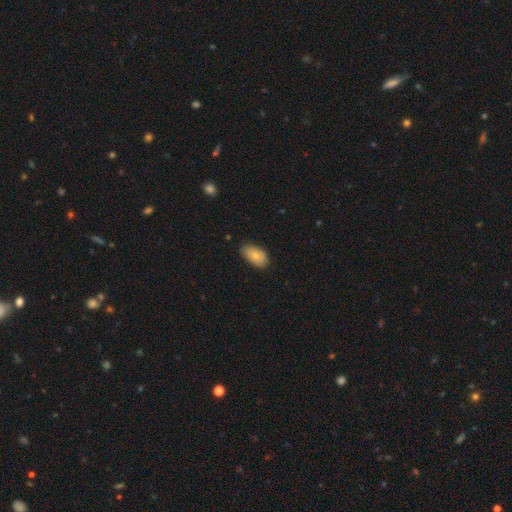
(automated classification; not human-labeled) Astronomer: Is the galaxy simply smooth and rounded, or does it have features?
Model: smooth — 73%.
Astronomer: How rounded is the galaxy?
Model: in between — 93%.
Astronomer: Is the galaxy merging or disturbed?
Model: none — 75%.